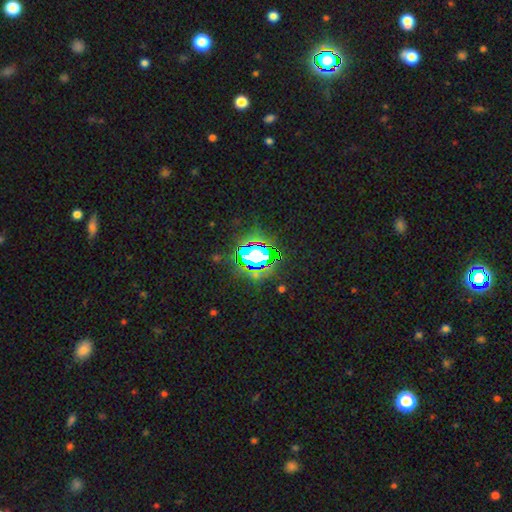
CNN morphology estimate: smooth-or-featured: star or artifact: 64% | smooth: 23% | featured or disk: 14%